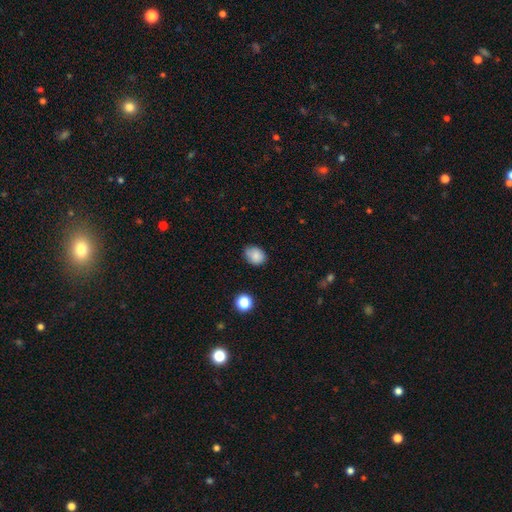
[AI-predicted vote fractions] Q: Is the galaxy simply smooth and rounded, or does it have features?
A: smooth — 82%.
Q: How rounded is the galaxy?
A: in between — 55%.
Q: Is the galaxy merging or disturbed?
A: none — 65%.